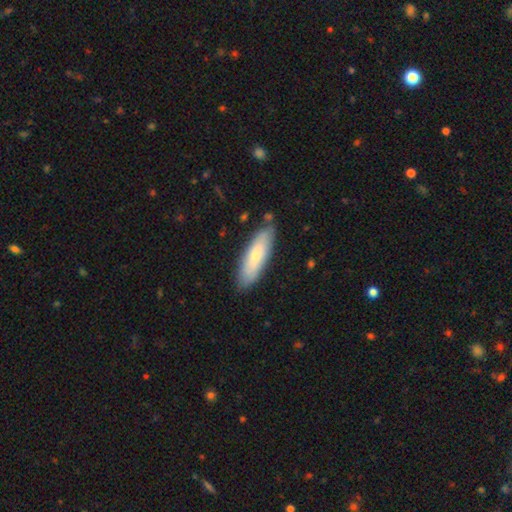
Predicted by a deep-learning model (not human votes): Smooth or featured: smooth — 68% (featured or disk — 26%)
How rounded: cigar-shaped — 52% (in between — 46%)
Merging: none — 82% (minor disturbance — 13%)